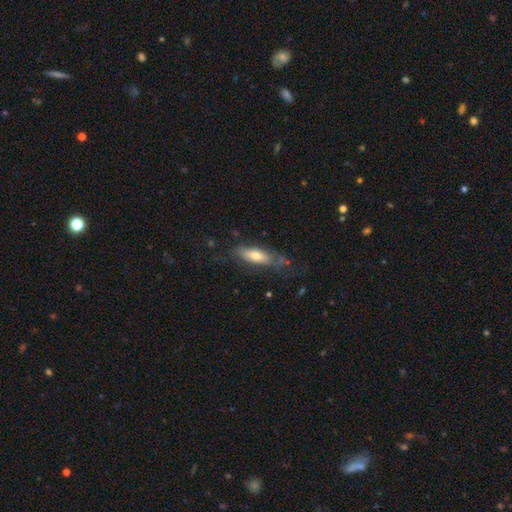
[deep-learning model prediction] Smooth or featured: smooth — 58% (featured or disk — 35%)
How rounded: in between — 54% (cigar-shaped — 44%)
Merging: none — 59% (minor disturbance — 25%)